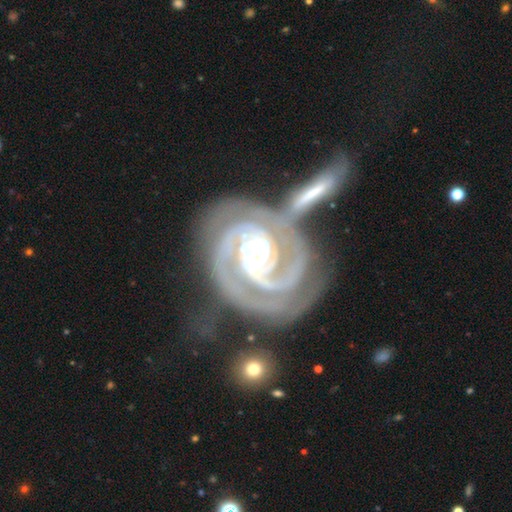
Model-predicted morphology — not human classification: This appears to be a featured or disk galaxy (92%) with a weak bar (36%), 2 (54%) tight (65%) spiral arms (98%) and a small central bulge (40%). Merging: merger (39%).